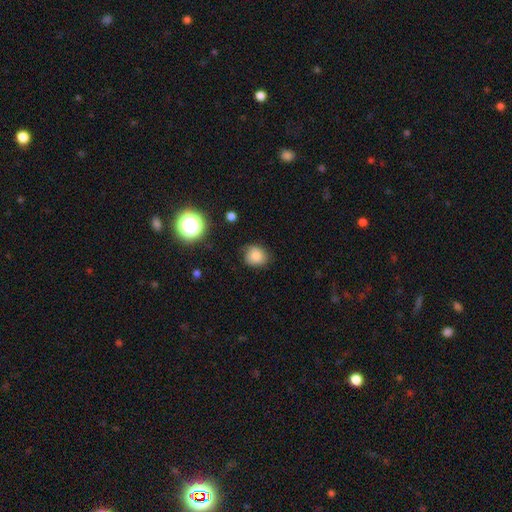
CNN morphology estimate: The model was most divided on "how rounded": round: 66%, in between: 33%, cigar-shaped: 1%. More confident: smooth or featured — smooth (80%); merging — none (72%).